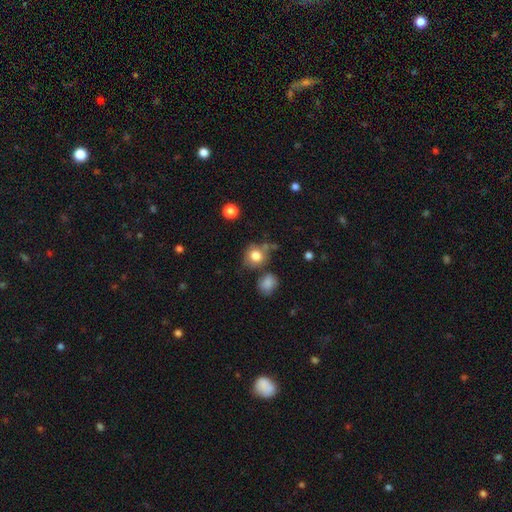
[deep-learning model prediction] Q: Smooth or featured?
A: smooth (80%); runner-up: star or artifact (11%)
Q: How rounded?
A: round (76%); runner-up: in between (23%)
Q: Merging?
A: none (62%); runner-up: minor disturbance (19%)